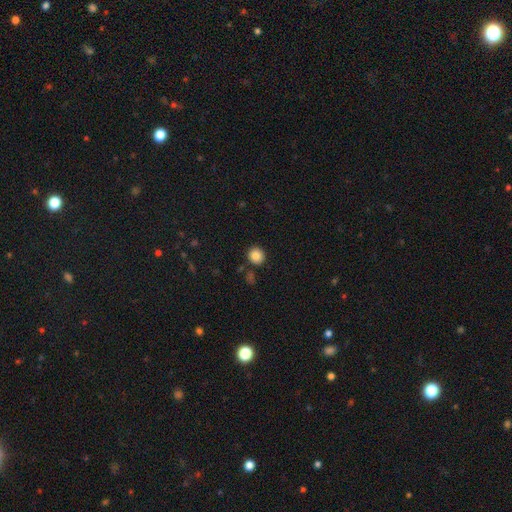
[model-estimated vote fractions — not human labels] Smooth or featured: smooth — 85% (star or artifact — 9%)
How rounded: round — 86% (in between — 13%)
Merging: none — 87% (minor disturbance — 7%)